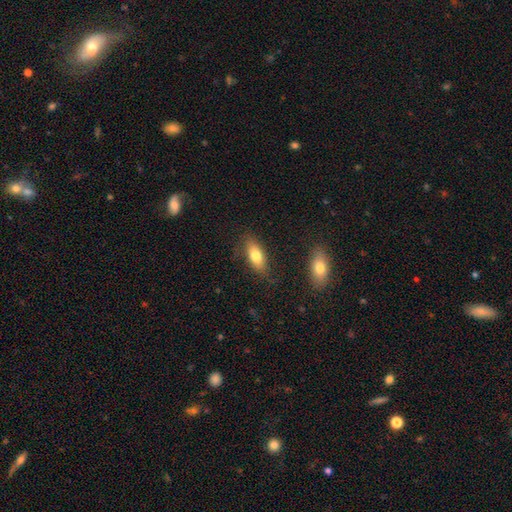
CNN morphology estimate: smooth_or_featured: smooth (p=0.78) [alt: featured or disk p=0.15]
how_rounded: in between (p=0.82) [alt: cigar-shaped p=0.15]
merging: none (p=0.79) [alt: minor disturbance p=0.15]